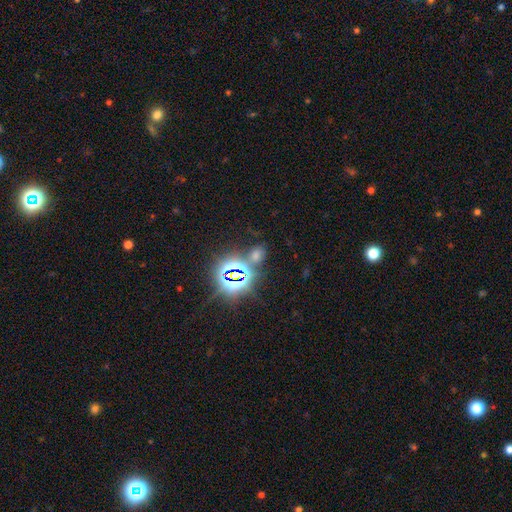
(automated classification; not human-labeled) Q: Smooth or featured?
A: star or artifact (54%); runner-up: smooth (39%)